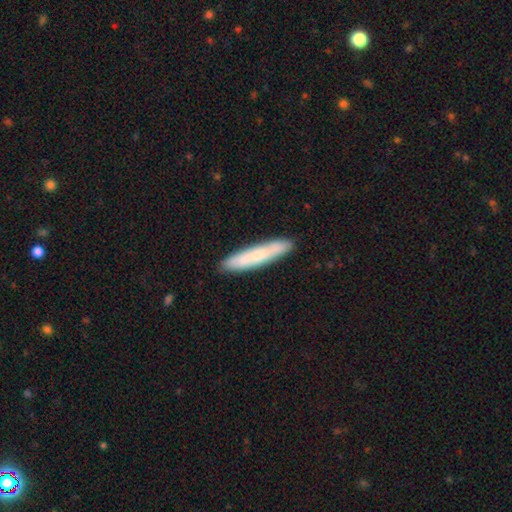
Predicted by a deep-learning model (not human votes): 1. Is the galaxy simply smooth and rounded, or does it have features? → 65% smooth, 29% featured or disk, 6% star or artifact.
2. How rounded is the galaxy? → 92% cigar-shaped, 7% in between, 1% round.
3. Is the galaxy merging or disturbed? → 88% none, 9% minor disturbance, 2% major disturbance, 1% merger.